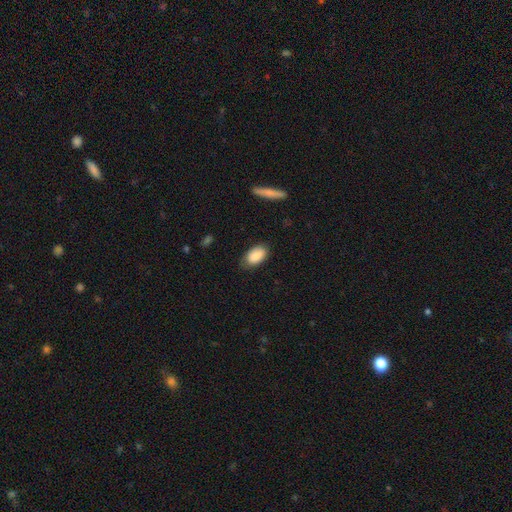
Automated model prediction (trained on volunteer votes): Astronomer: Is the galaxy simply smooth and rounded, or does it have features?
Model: smooth — 87%.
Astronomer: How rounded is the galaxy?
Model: in between — 93%.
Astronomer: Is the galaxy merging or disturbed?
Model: none — 77%.